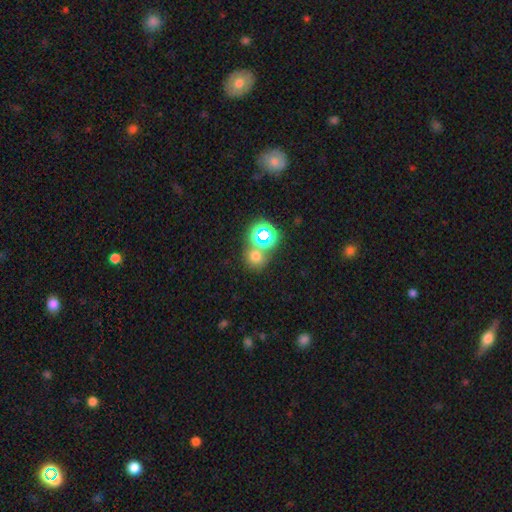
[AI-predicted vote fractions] A smooth galaxy with no disk features (62%) that is round (83%). Merging: none (61%).